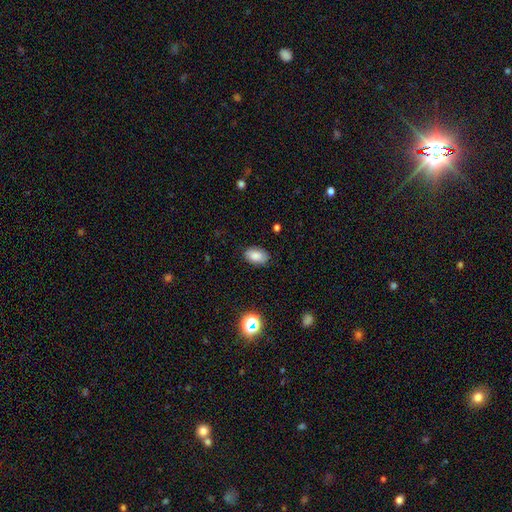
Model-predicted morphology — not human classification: smooth_or_featured: smooth (p=0.85) [alt: star or artifact p=0.09]
how_rounded: in between (p=0.90) [alt: round p=0.09]
merging: none (p=0.84) [alt: minor disturbance p=0.12]